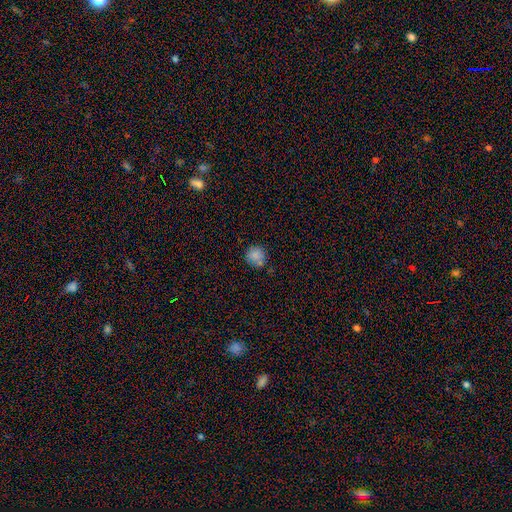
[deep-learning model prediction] Q: Smooth or featured?
A: smooth (80%); runner-up: star or artifact (12%)
Q: How rounded?
A: round (87%); runner-up: in between (12%)
Q: Merging?
A: none (69%); runner-up: minor disturbance (18%)